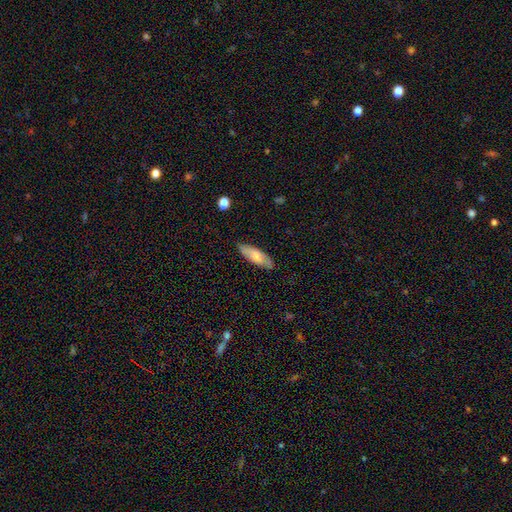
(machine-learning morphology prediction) This is likely a smooth galaxy (72%). How rounded: possibly in between (58%). Merging: clearly none (83%).